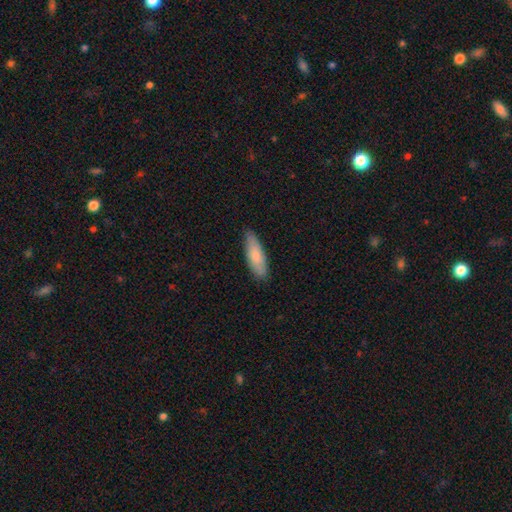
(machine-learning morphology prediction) Overall: smooth (78%). How rounded: in between (52%; cigar-shaped 46%). Merging: none (83%).